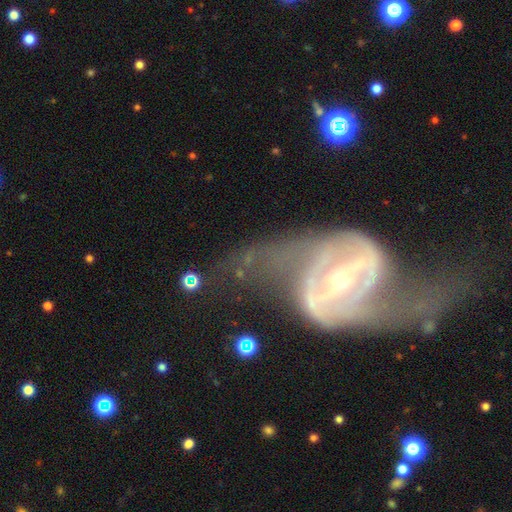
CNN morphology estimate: This appears to be a featured or disk galaxy (90%) with a strong bar (58%), 2 (89%) loose (43%) spiral arms (92%) and a small central bulge (62%). Merging: none (49%).